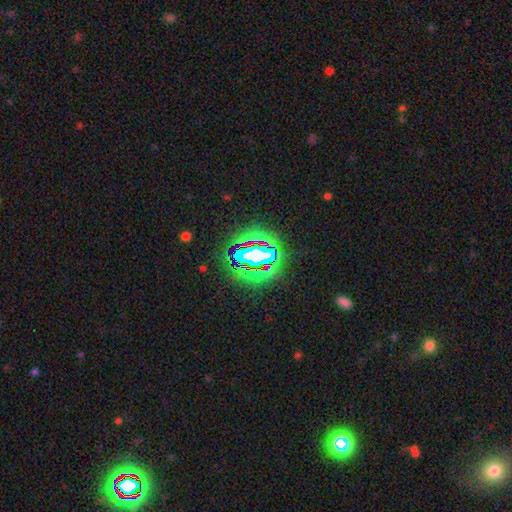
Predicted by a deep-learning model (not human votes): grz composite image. It shows a star or artifact, not a galaxy (69%).